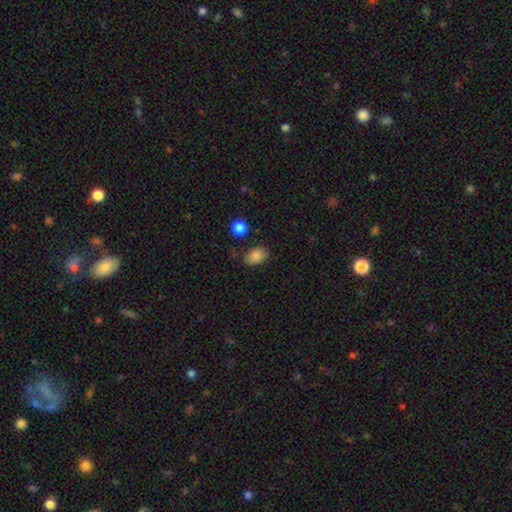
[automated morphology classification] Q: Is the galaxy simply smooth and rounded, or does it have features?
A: smooth — 83%.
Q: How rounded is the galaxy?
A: in between — 81%.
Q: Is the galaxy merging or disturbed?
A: none — 74%.